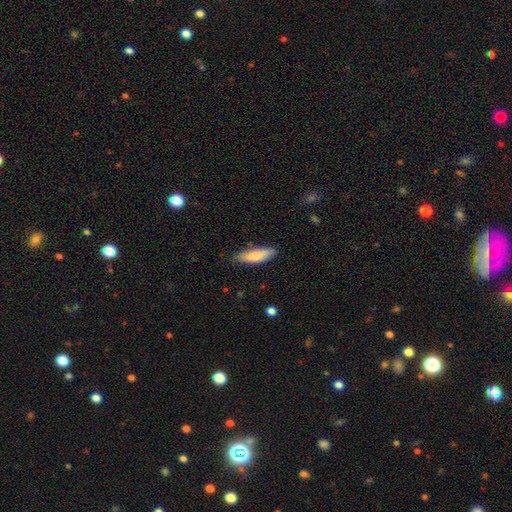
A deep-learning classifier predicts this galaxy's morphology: type=smooth (79%); roundness=cigar-shaped (50%); merging=none (76%).